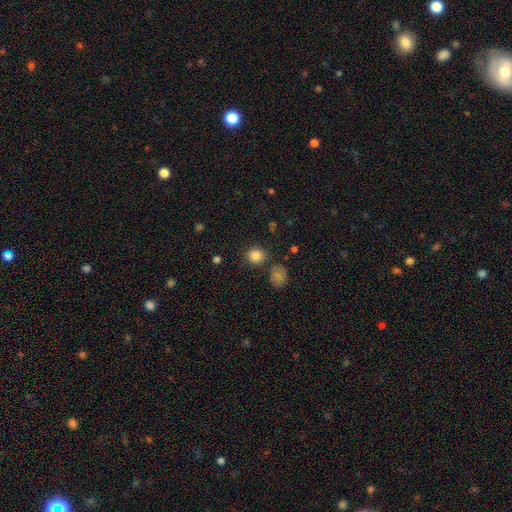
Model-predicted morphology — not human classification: Smooth or featured?
  - smooth: 85% *
  - star or artifact: 11%
  - featured or disk: 4%
How rounded?
  - round: 86% *
  - in between: 13%
  - cigar-shaped: 1%
Merging?
  - none: 82% *
  - minor disturbance: 9%
  - merger: 6%
  - major disturbance: 3%